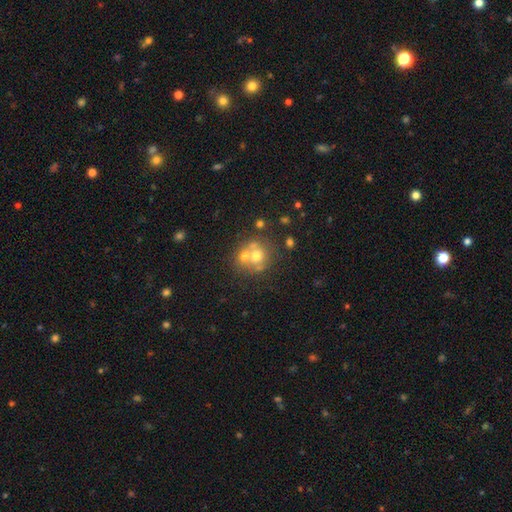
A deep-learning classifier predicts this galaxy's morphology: smooth_or_featured: smooth (p=0.56) [alt: featured or disk p=0.30]
how_rounded: round (p=0.80) [alt: in between p=0.19]
merging: merger (p=0.47) [alt: none p=0.40]